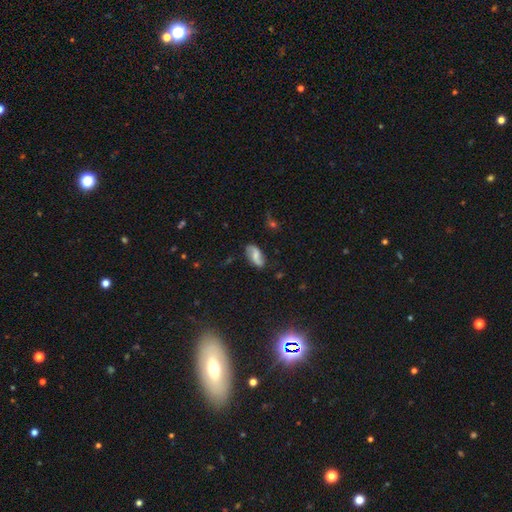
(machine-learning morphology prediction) A featured or disk galaxy (54%) with a weak bar (43%), spiral arms (88%) and a small central bulge (35%).

Vote fractions:
- Smooth or featured? featured or disk: 54% / smooth: 37% / star or artifact: 9%
- Edge-on disk? no: 94% / yes: 6%
- Bar? weak: 43% / no: 35% / strong: 22%
- Spiral arms? yes: 88% / no: 12%
- Bulge size? small: 35% / none: 29% / moderate: 29% / large: 5% / dominant: 2%
- Merging? none: 75% / minor disturbance: 18% / major disturbance: 5% / merger: 2%